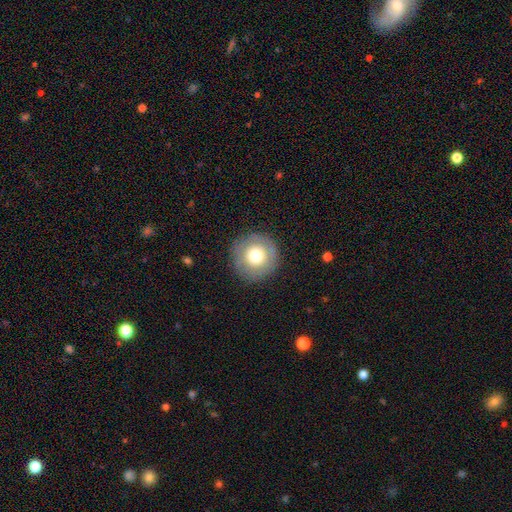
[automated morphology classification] smooth-or-featured: smooth: 66% | featured or disk: 25% | star or artifact: 9%
  how-rounded: round: 96% | in between: 3% | cigar-shaped: 1%
  merging: none: 88% | minor disturbance: 8% | major disturbance: 3% | merger: 1%